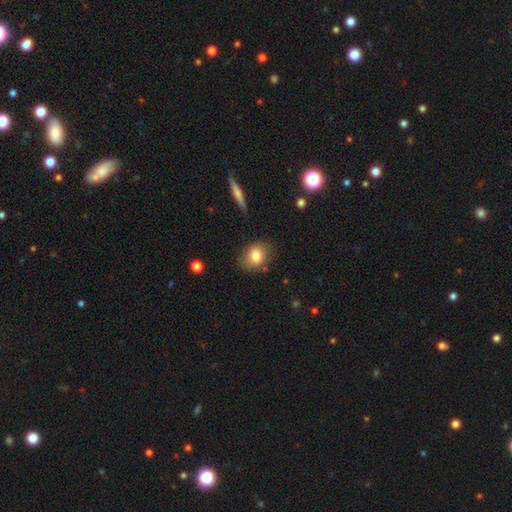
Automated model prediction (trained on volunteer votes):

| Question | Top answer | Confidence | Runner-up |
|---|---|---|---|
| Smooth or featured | smooth | 79% | featured or disk (13%) |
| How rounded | in between | 58% | round (41%) |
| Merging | none | 76% | minor disturbance (17%) |